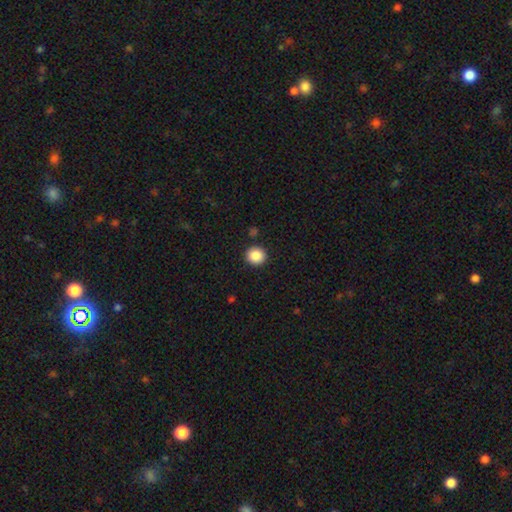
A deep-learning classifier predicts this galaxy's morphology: Q: Smooth or featured?
A: smooth (88%); runner-up: star or artifact (9%)
Q: How rounded?
A: round (91%); runner-up: in between (8%)
Q: Merging?
A: none (91%); runner-up: minor disturbance (5%)